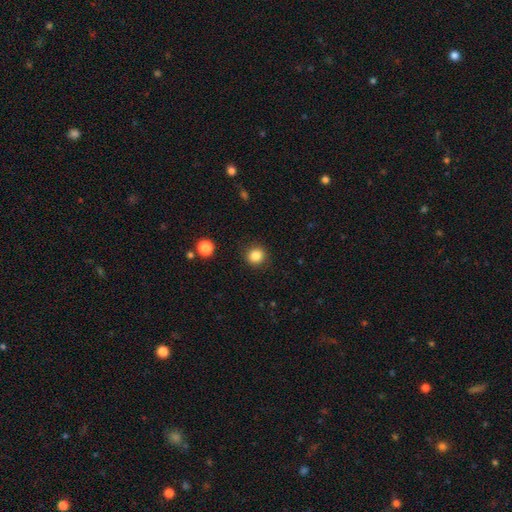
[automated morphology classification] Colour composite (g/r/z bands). It shows a smooth galaxy with no disk features (85%) that is round (90%). Merging: none (90%).